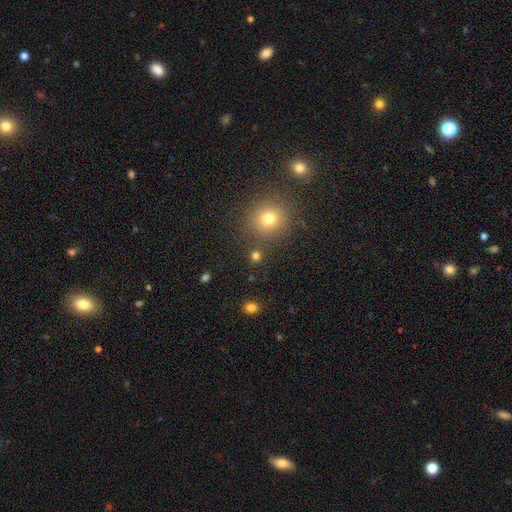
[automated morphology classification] smooth_or_featured: smooth (p=0.74) [alt: star or artifact p=0.21]
how_rounded: round (p=0.89) [alt: in between p=0.10]
merging: none (p=0.82) [alt: merger p=0.08]